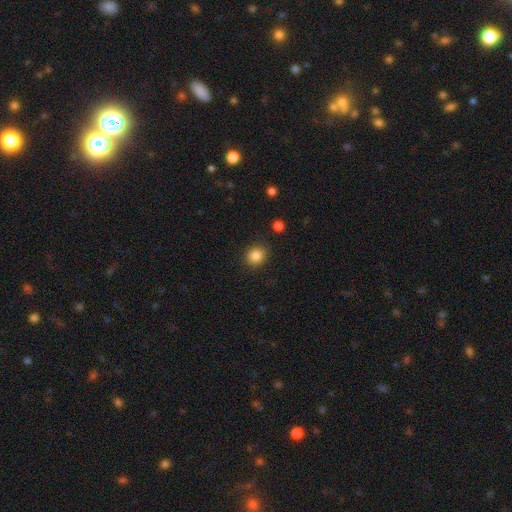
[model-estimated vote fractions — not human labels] smooth 85%, star or artifact 10%, featured or disk 5%. Down the decision tree: how rounded — round (72%); merging — none (87%).